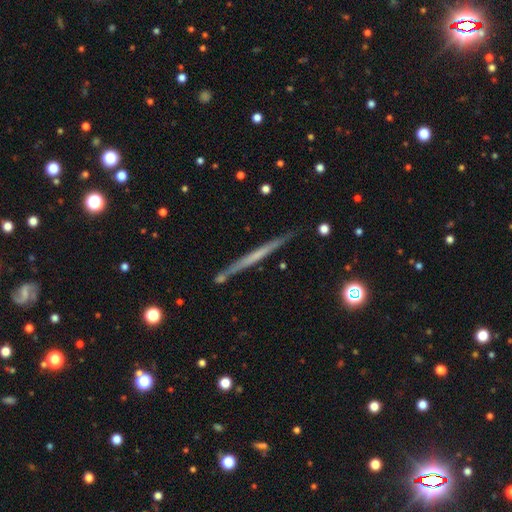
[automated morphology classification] The model was most divided on "smooth or featured": featured or disk: 59%, smooth: 35%, star or artifact: 6%. More confident: edge-on disk — yes (97%); edge-on bulge — none (87%); merging — none (87%).